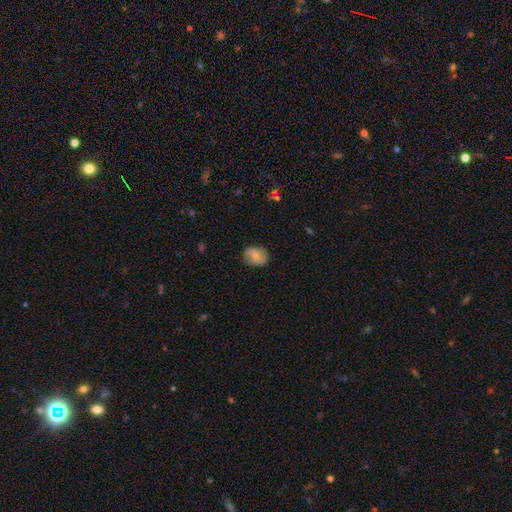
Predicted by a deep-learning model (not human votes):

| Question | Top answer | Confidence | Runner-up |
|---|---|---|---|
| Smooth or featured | smooth | 61% | featured or disk (31%) |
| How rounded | in between | 55% | round (43%) |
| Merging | none | 78% | minor disturbance (16%) |